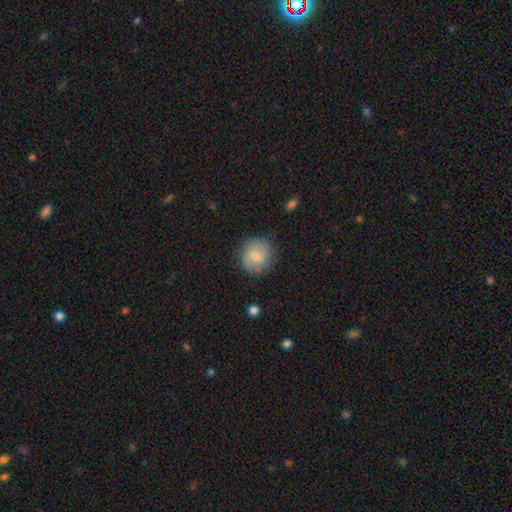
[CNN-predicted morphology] Smooth or featured? smooth (55%)
How rounded? round (87%)
Merging? none (79%)